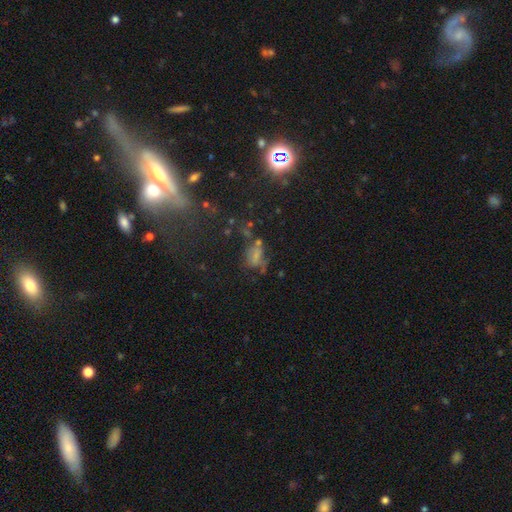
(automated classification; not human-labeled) Smooth or featured? Predicted: smooth (p=0.41). Merging? Predicted: none (p=0.36).